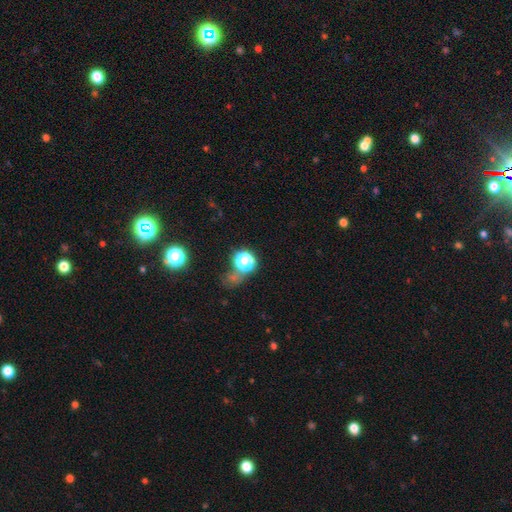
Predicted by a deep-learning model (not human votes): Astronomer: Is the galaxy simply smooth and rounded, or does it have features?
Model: smooth — 48% (runner-up: star or artifact, 44%).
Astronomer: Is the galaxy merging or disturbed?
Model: none — 64%.